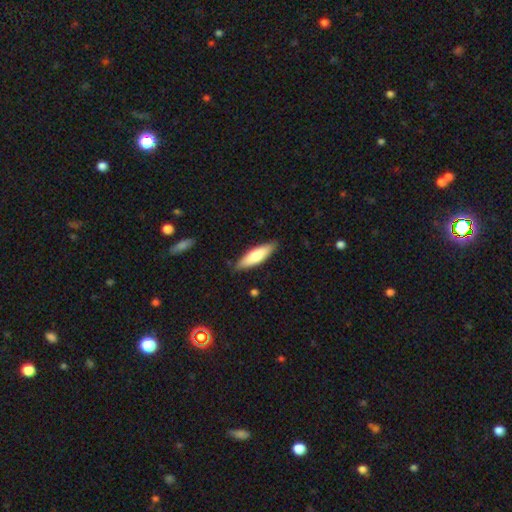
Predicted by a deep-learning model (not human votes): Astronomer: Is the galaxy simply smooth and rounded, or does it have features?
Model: smooth — 71%.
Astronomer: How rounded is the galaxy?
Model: cigar-shaped — 57% (runner-up: in between, 41%).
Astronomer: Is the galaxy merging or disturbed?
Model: none — 86%.